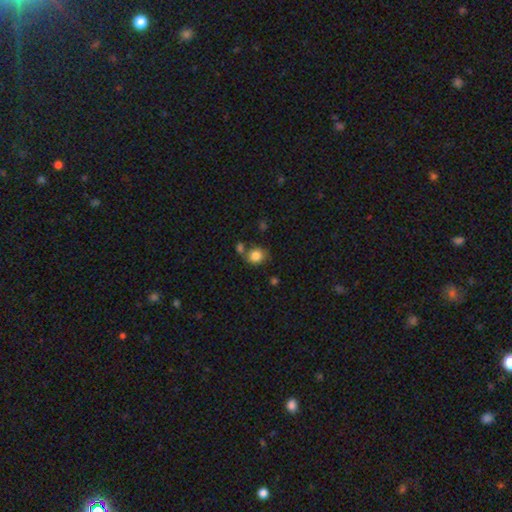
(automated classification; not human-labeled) A smooth galaxy with no disk features (84%) that is round (76%). Merging: none (62%).